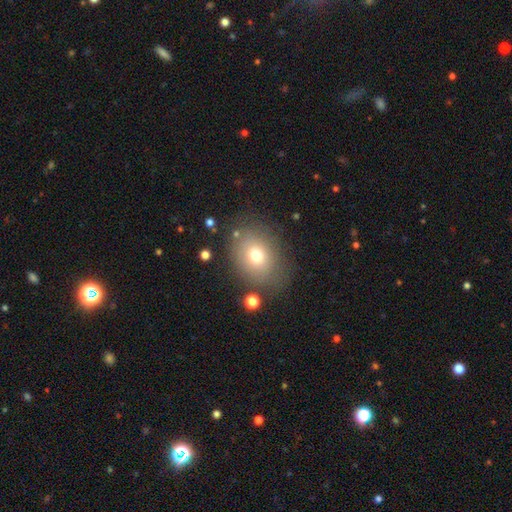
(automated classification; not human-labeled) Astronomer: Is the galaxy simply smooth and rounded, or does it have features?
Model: smooth — 71%.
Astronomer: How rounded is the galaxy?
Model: in between — 53% (runner-up: round, 46%).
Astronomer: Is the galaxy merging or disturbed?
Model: none — 74%.